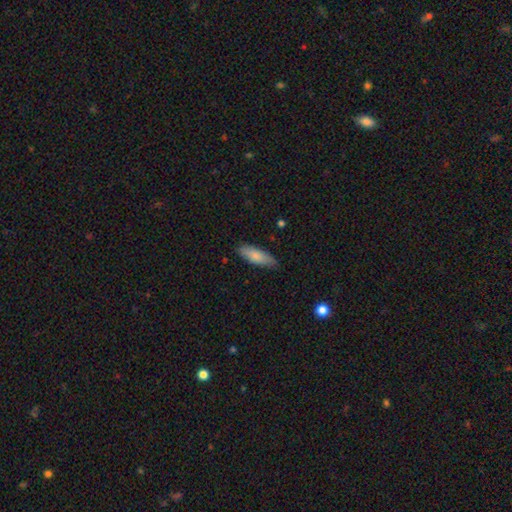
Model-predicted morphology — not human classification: Smooth or featured?
  - smooth: 81% *
  - featured or disk: 14%
  - star or artifact: 6%
How rounded?
  - in between: 60% *
  - cigar-shaped: 38%
  - round: 2%
Merging?
  - none: 80% *
  - minor disturbance: 16%
  - major disturbance: 2%
  - merger: 1%